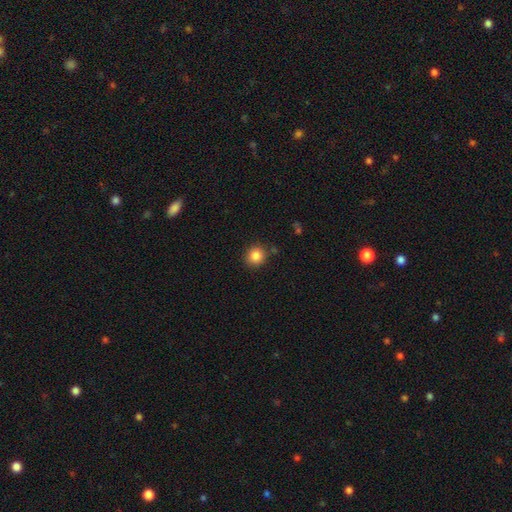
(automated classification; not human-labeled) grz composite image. It shows a smooth galaxy with no disk features (85%) that is round (90%). Merging: none (86%).